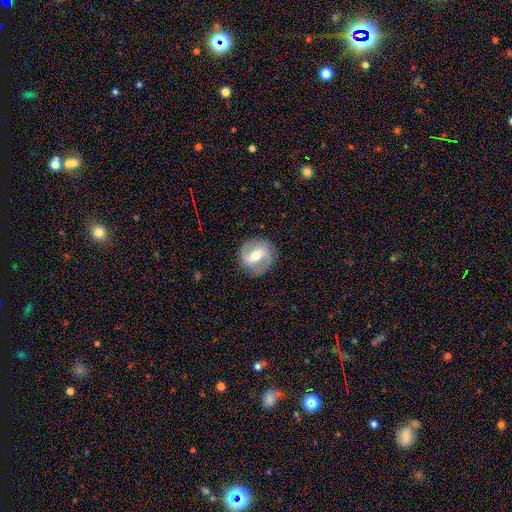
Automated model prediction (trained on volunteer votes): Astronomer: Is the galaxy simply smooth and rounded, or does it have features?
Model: featured or disk — 80%.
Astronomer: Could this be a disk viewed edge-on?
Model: no — 96%.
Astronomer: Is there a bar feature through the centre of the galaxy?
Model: strong — 51% (runner-up: weak, 37%).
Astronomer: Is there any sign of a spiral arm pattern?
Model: yes — 87%.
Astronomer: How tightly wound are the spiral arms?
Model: medium — 47% (runner-up: tight, 30%).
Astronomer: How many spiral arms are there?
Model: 2 — 88%.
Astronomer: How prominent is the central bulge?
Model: moderate — 66%.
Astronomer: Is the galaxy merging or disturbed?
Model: none — 84%.